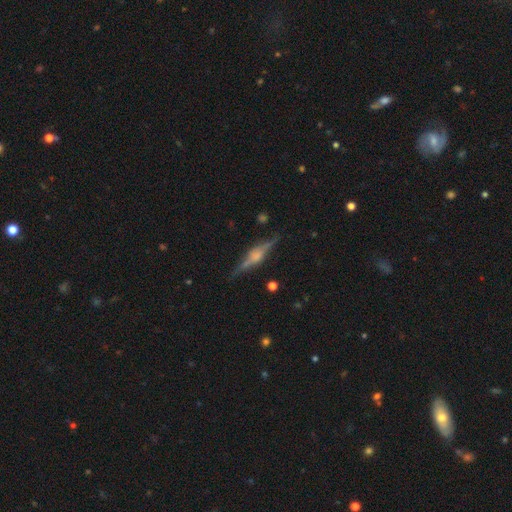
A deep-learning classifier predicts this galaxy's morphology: smooth-or-featured: featured or disk: 79% | smooth: 14% | star or artifact: 7%
  disk-edge-on: yes: 97% | no: 3%
    edge-on-bulge: rounded: 76% | boxy: 20% | none: 4%
  merging: none: 84% | minor disturbance: 11% | major disturbance: 3% | merger: 2%